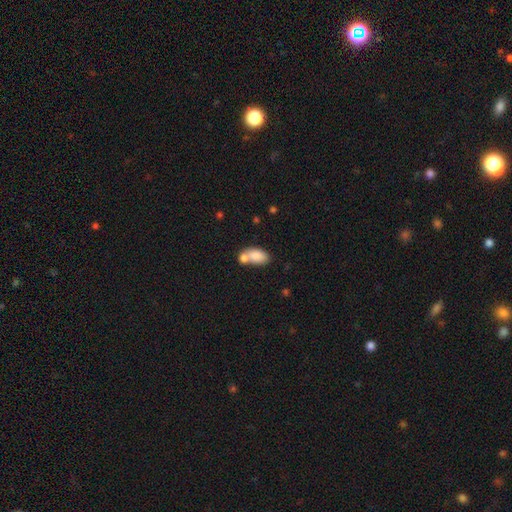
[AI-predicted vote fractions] A smooth galaxy with no disk features (81%) that is in between round and cigar-shaped (91%). Merging: merger (49%).